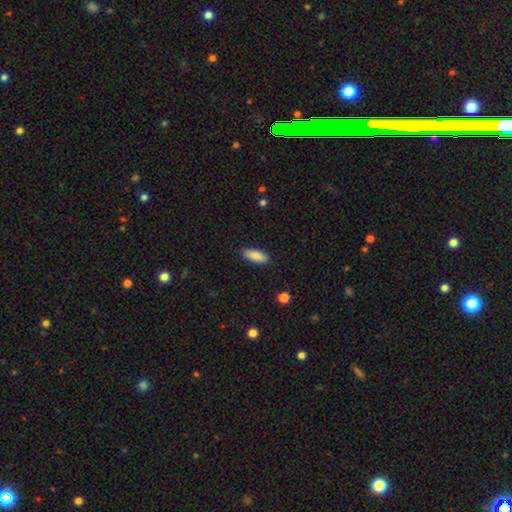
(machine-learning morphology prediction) Smooth or featured? smooth (88%)
How rounded? in between (68%)
Merging? none (88%)